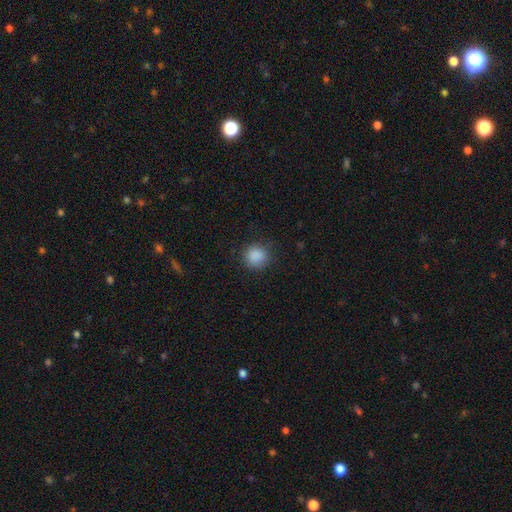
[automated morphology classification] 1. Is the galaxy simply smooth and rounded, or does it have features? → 88% smooth, 10% star or artifact, 3% featured or disk.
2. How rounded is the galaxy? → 88% round, 11% in between, 1% cigar-shaped.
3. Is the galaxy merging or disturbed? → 86% none, 10% minor disturbance, 3% major disturbance, 1% merger.